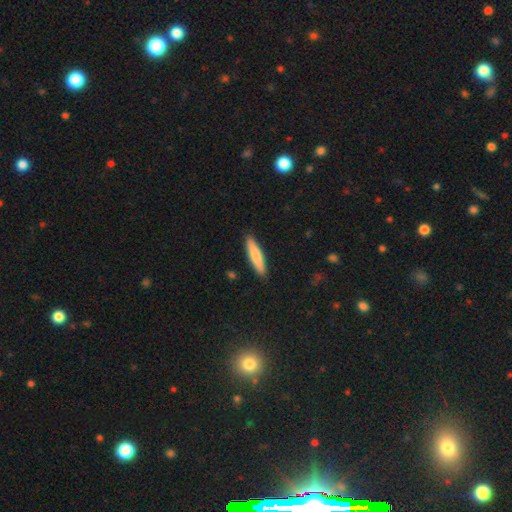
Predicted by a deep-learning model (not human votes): This is likely a smooth galaxy (79%). How rounded: clearly cigar-shaped (86%). Merging: clearly none (90%).